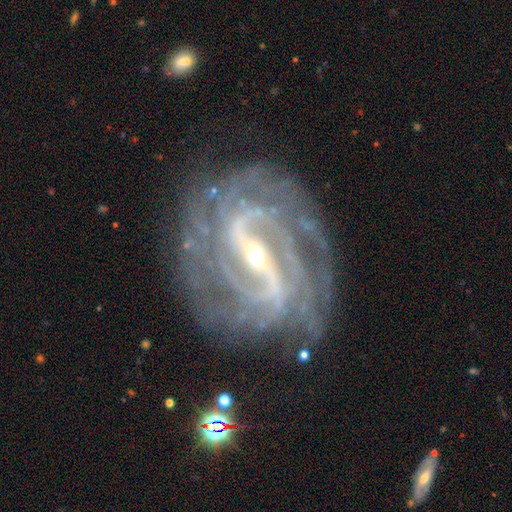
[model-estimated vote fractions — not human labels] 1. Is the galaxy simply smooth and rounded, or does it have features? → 93% featured or disk, 5% star or artifact, 3% smooth.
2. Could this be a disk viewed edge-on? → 96% no, 4% yes.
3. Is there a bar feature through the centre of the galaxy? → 72% strong, 22% weak, 7% no.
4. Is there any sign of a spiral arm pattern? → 98% yes, 2% no.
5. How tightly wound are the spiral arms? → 66% tight, 28% medium, 6% loose.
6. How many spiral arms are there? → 24% 4, 22% 2, 18% 3, 17% can't tell, 12% more than 4, 7% 1.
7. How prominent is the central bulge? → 71% small, 25% moderate, 1% large, 1% none, 1% dominant.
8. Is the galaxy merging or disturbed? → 80% none, 13% minor disturbance, 6% major disturbance, 2% merger.